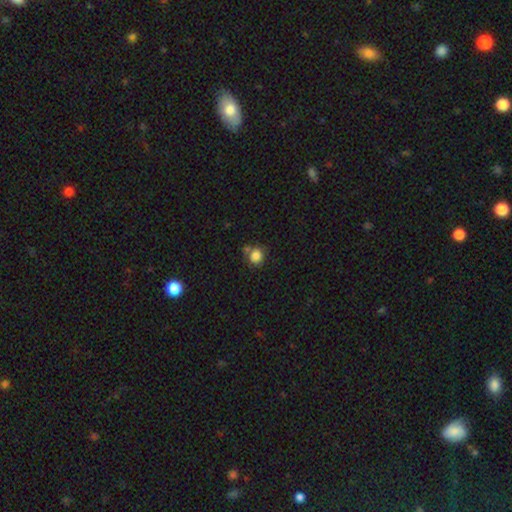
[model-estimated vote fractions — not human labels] This appears to be a smooth galaxy with no disk features (84%) that is round (87%). Merging: none (65%).